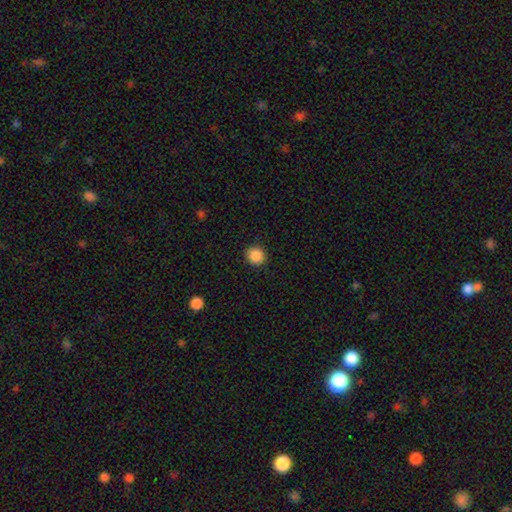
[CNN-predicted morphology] A smooth galaxy with no disk features (88%) that is round (89%).

Vote fractions:
- Smooth or featured? smooth: 88% / star or artifact: 9% / featured or disk: 3%
- How rounded? round: 89% / in between: 10% / cigar-shaped: 1%
- Merging? none: 91% / minor disturbance: 6% / major disturbance: 2% / merger: 1%